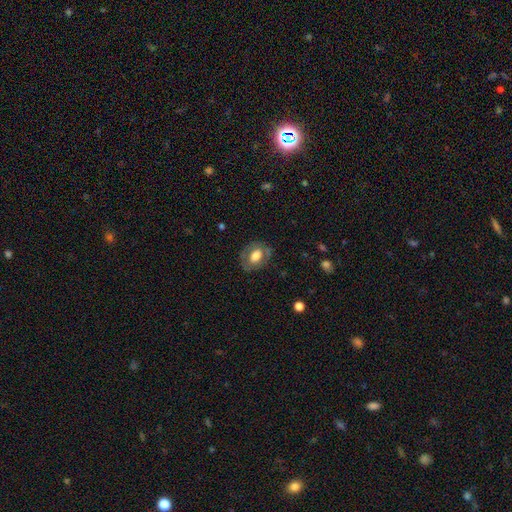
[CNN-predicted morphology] smooth-or-featured: smooth: 57% | featured or disk: 35% | star or artifact: 8%
  how-rounded: in between: 77% | round: 22% | cigar-shaped: 1%
  merging: none: 72% | minor disturbance: 18% | major disturbance: 9% | merger: 1%